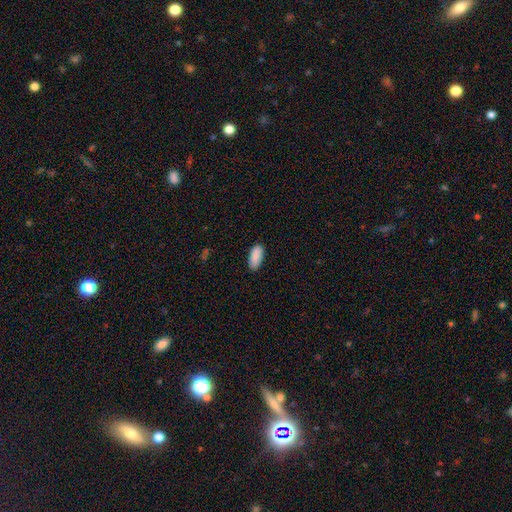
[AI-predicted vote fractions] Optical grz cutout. It shows a smooth galaxy with no disk features (90%) that is in between round and cigar-shaped (90%). Merging: none (86%).